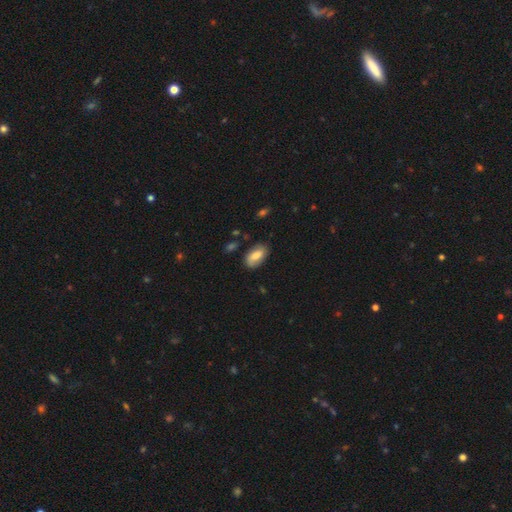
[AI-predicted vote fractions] smooth-or-featured: smooth: 67% | featured or disk: 26% | star or artifact: 7%
  how-rounded: in between: 92% | round: 5% | cigar-shaped: 3%
  merging: none: 76% | minor disturbance: 18% | major disturbance: 4% | merger: 2%